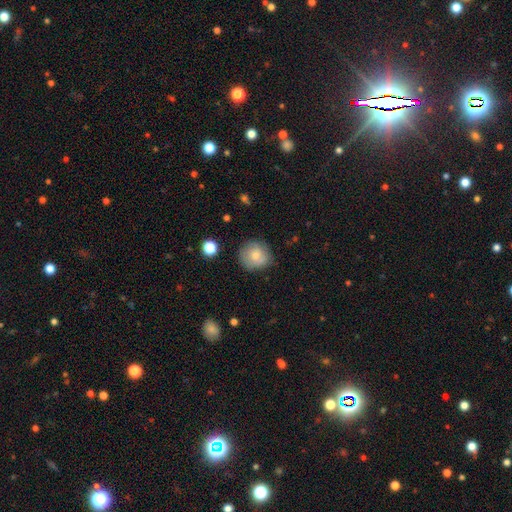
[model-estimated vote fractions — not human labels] Smooth or featured? Predicted: smooth (p=0.75). How rounded? Predicted: round (p=0.88). Merging? Predicted: none (p=0.74).